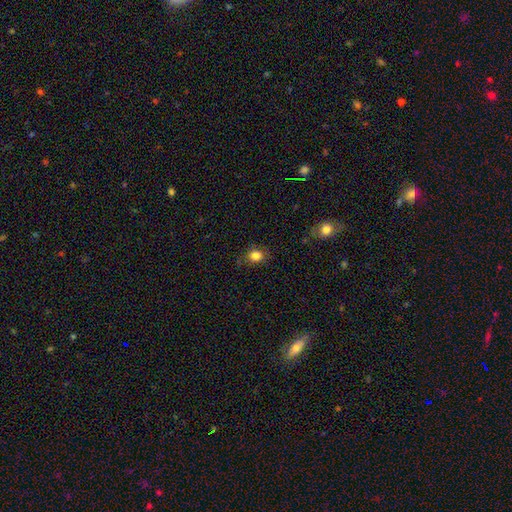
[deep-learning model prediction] Smooth or featured? Predicted: smooth (p=0.83). How rounded? Predicted: round (p=0.69). Merging? Predicted: none (p=0.82).